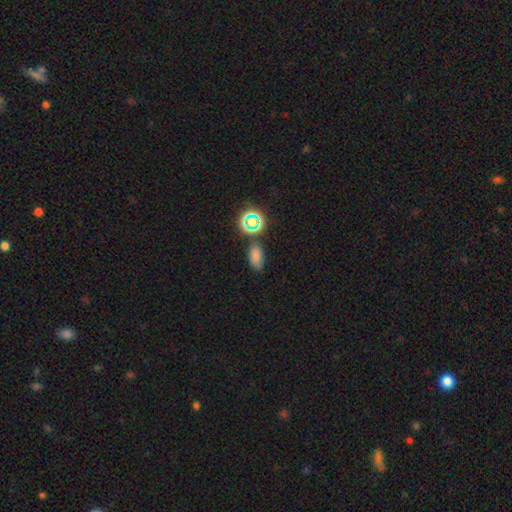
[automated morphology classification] smooth-or-featured: smooth: 72% | star or artifact: 21% | featured or disk: 7%
  how-rounded: in between: 87% | round: 9% | cigar-shaped: 4%
  merging: none: 76% | minor disturbance: 13% | merger: 7% | major disturbance: 4%